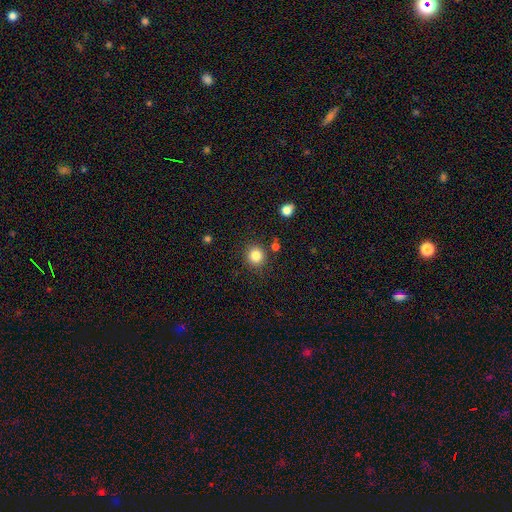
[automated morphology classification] A smooth galaxy with no disk features (84%) that is round (92%).

Vote fractions:
- Smooth or featured? smooth: 84% / star or artifact: 11% / featured or disk: 5%
- How rounded? round: 92% / in between: 7% / cigar-shaped: 1%
- Merging? none: 87% / minor disturbance: 7% / merger: 3% / major disturbance: 2%